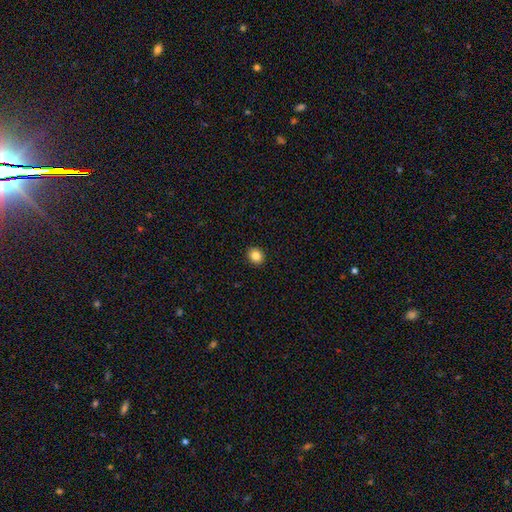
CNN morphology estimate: Smooth or featured? Predicted: smooth (p=0.85). How rounded? Predicted: round (p=0.63). Merging? Predicted: none (p=0.92).